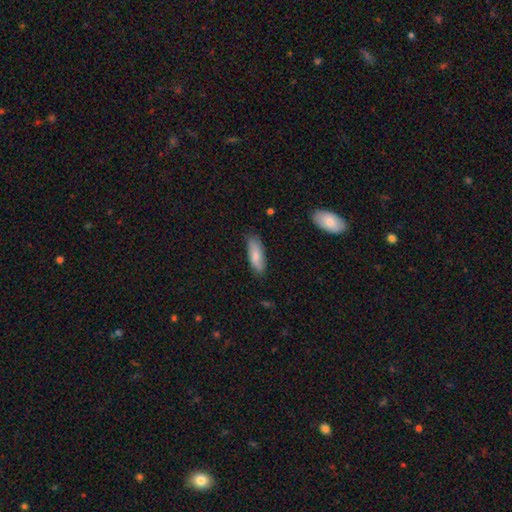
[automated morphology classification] smooth-or-featured: smooth: 77% | featured or disk: 17% | star or artifact: 6%
  how-rounded: in between: 66% | cigar-shaped: 32% | round: 2%
  merging: none: 77% | minor disturbance: 18% | major disturbance: 3% | merger: 2%